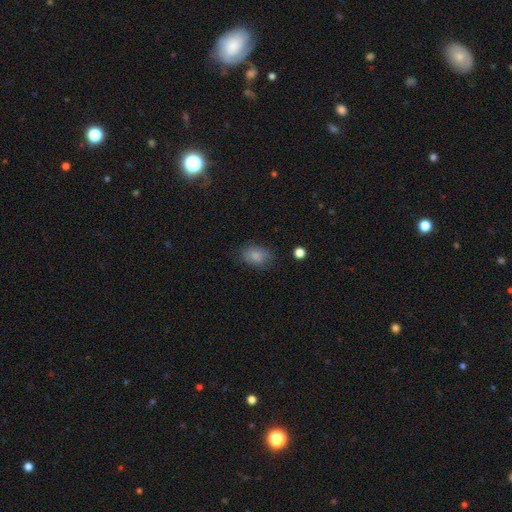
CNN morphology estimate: smooth 79%, featured or disk 12%, star or artifact 10%. Down the decision tree: how rounded — in between (80%); merging — none (68%).